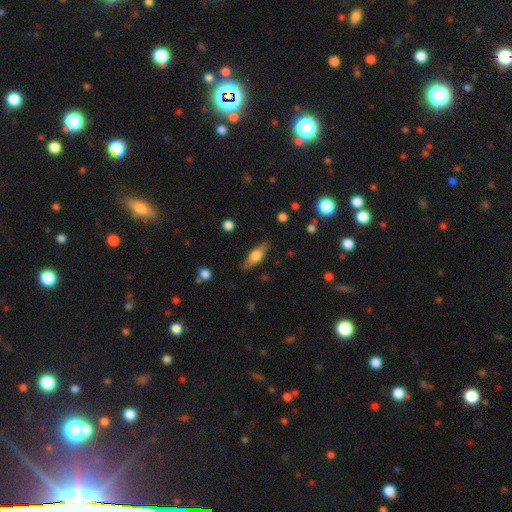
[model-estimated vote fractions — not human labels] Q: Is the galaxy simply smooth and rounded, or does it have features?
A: smooth — 48%.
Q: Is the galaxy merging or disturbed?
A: none — 83%.